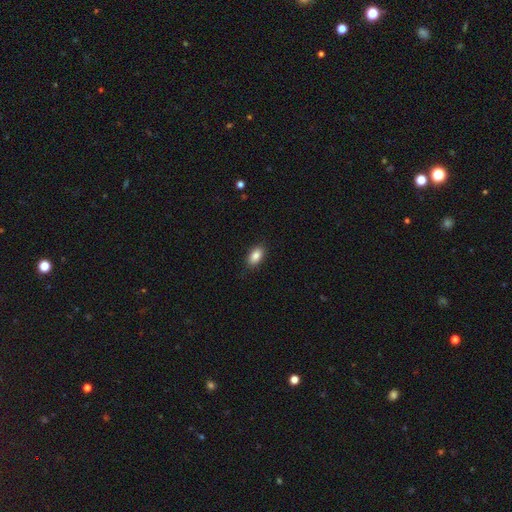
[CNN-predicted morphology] Q: Smooth or featured?
A: smooth (86%); runner-up: star or artifact (8%)
Q: How rounded?
A: in between (91%); runner-up: round (7%)
Q: Merging?
A: none (87%); runner-up: minor disturbance (10%)